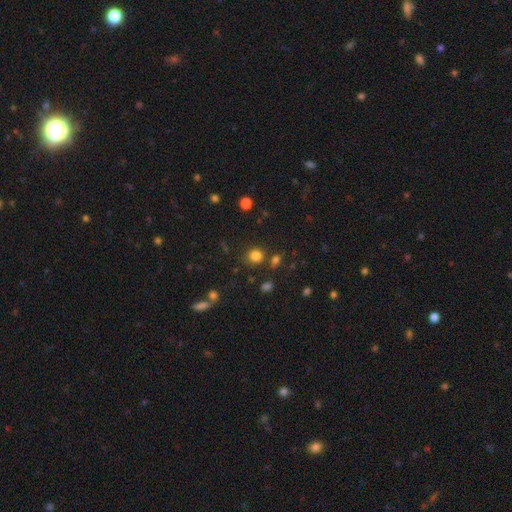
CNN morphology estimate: A smooth galaxy with no disk features (80%) that is round (82%). Merging: none (76%).